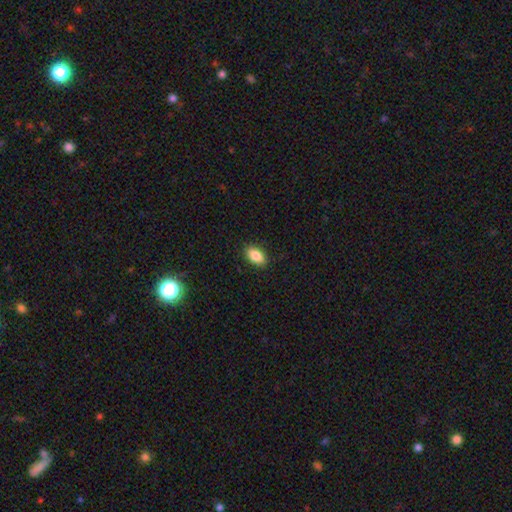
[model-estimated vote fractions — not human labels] A smooth galaxy with no disk features (86%) that is in between round and cigar-shaped (91%).

Vote fractions:
- Smooth or featured? smooth: 86% / star or artifact: 8% / featured or disk: 6%
- How rounded? in between: 91% / round: 6% / cigar-shaped: 3%
- Merging? none: 89% / minor disturbance: 8% / major disturbance: 2% / merger: 1%